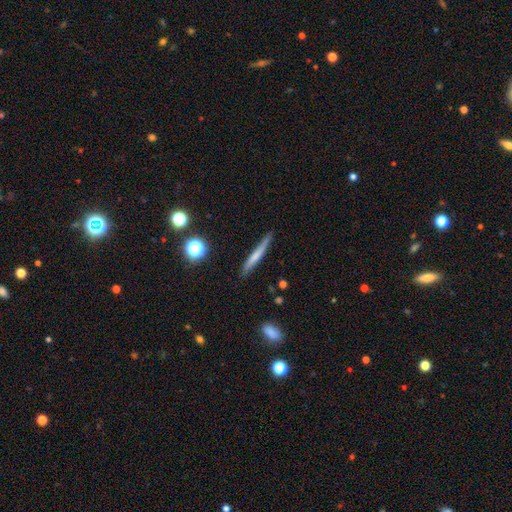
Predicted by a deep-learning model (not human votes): A smooth galaxy with no disk features (57%) that is cigar-shaped (94%).

Vote fractions:
- Smooth or featured? smooth: 57% / featured or disk: 34% / star or artifact: 8%
- How rounded? cigar-shaped: 94% / in between: 4% / round: 2%
- Merging? none: 82% / minor disturbance: 13% / major disturbance: 3% / merger: 2%